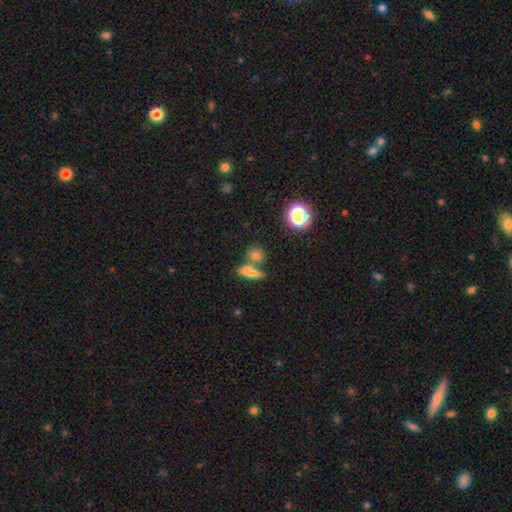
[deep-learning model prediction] The model was most divided on "merging": none: 49%, merger: 38%, minor disturbance: 9%, major disturbance: 4%. More confident: smooth or featured — smooth (71%); how rounded — round (53%).